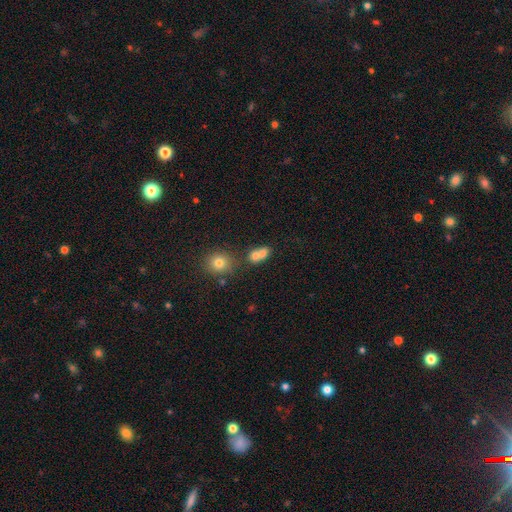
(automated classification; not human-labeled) This is likely a smooth galaxy (73%). How rounded: possibly in between (56%). Merging: possibly merger (58%).